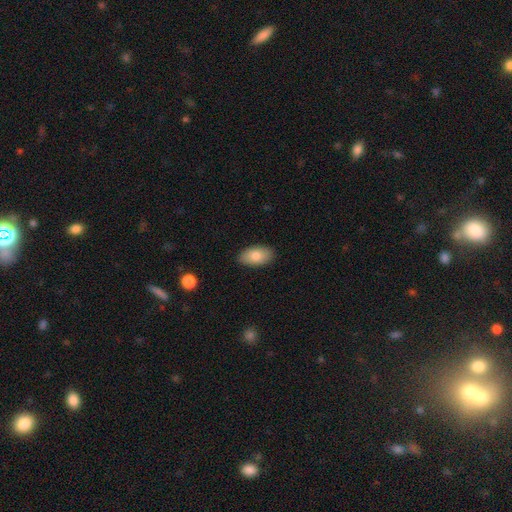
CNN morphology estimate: The model was most divided on "smooth or featured": smooth: 82%, featured or disk: 12%, star or artifact: 6%. More confident: how rounded — in between (94%); merging — none (88%).